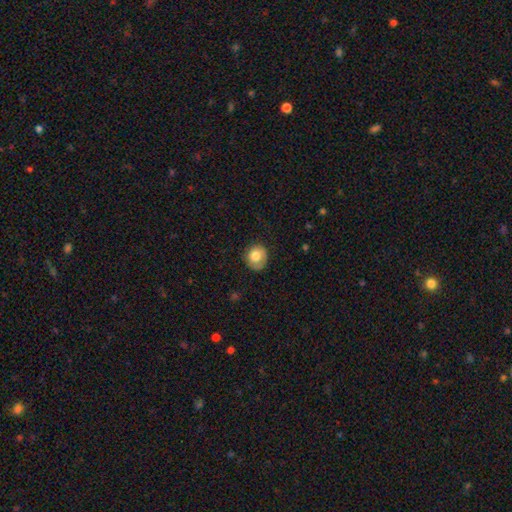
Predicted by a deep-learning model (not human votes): smooth_or_featured: smooth (p=0.78) [alt: featured or disk p=0.14]
how_rounded: round (p=0.80) [alt: in between p=0.20]
merging: none (p=0.70) [alt: minor disturbance p=0.22]